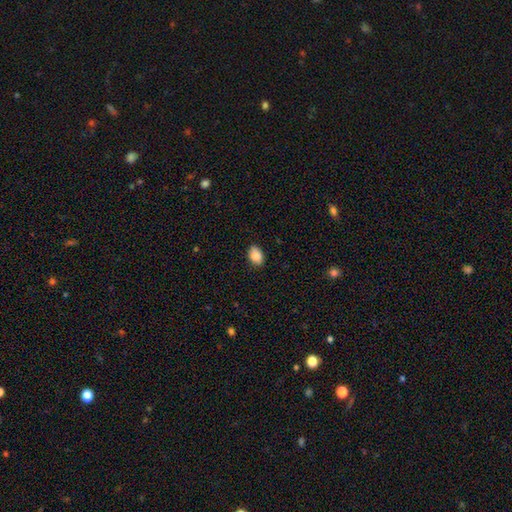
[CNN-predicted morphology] smooth_or_featured: smooth (p=0.87) [alt: star or artifact p=0.08]
how_rounded: in between (p=0.85) [alt: round p=0.14]
merging: none (p=0.86) [alt: minor disturbance p=0.11]